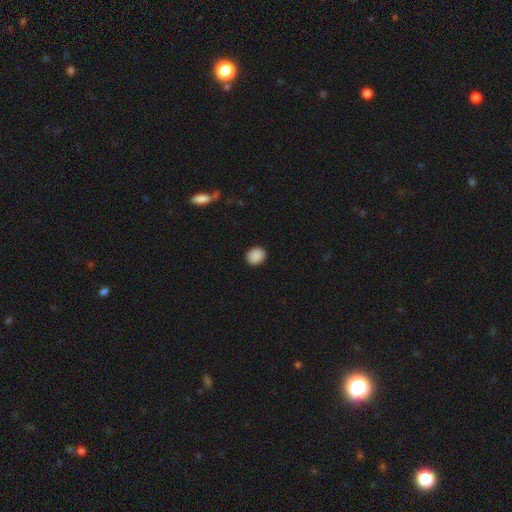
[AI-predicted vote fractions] Q: Smooth or featured?
A: smooth (89%); runner-up: star or artifact (8%)
Q: How rounded?
A: round (67%); runner-up: in between (32%)
Q: Merging?
A: none (89%); runner-up: minor disturbance (8%)